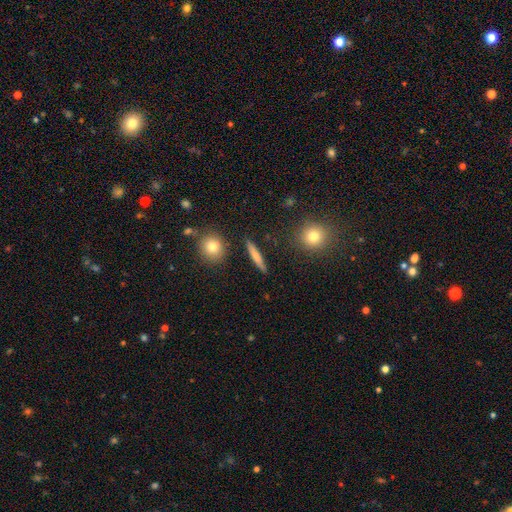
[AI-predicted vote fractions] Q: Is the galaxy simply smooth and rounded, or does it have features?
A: smooth — 66%.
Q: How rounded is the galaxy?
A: cigar-shaped — 86%.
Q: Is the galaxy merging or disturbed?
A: none — 90%.